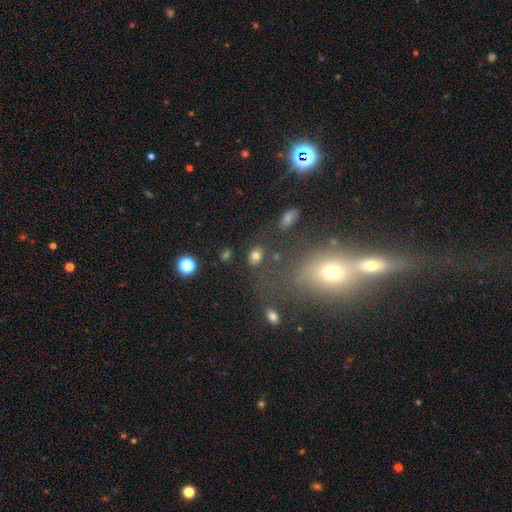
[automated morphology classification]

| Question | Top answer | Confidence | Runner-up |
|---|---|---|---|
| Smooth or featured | smooth | 76% | star or artifact (14%) |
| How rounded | in between | 66% | round (32%) |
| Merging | none | 76% | minor disturbance (13%) |